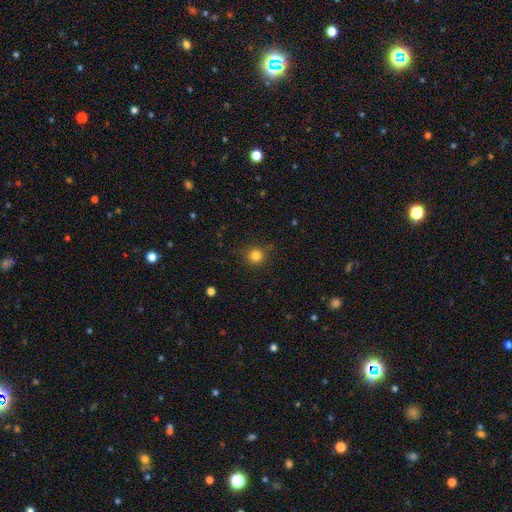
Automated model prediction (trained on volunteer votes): Smooth or featured?
  - smooth: 82% *
  - star or artifact: 13%
  - featured or disk: 5%
How rounded?
  - round: 92% *
  - in between: 8%
  - cigar-shaped: 1%
Merging?
  - none: 86% *
  - minor disturbance: 10%
  - major disturbance: 3%
  - merger: 1%